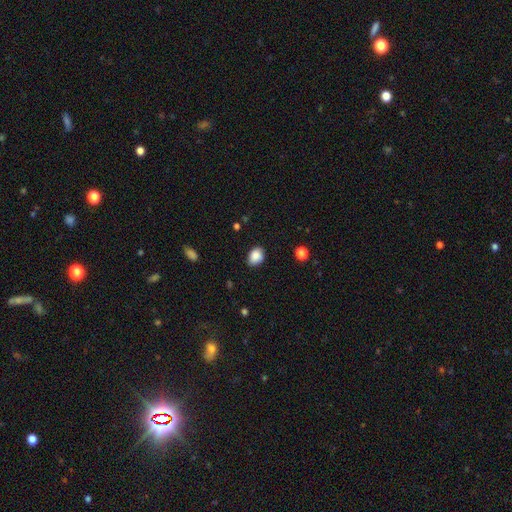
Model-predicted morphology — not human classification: The model was most divided on "how rounded": in between: 64%, round: 35%, cigar-shaped: 1%. More confident: smooth or featured — smooth (88%); merging — none (80%).